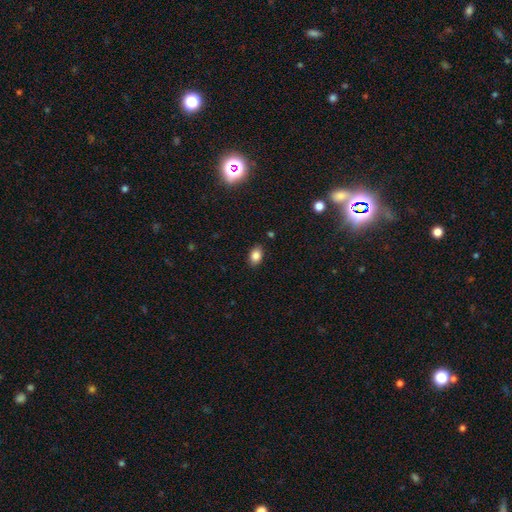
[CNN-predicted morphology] Smooth or featured? Predicted: smooth (p=0.85). How rounded? Predicted: in between (p=0.83). Merging? Predicted: none (p=0.87).